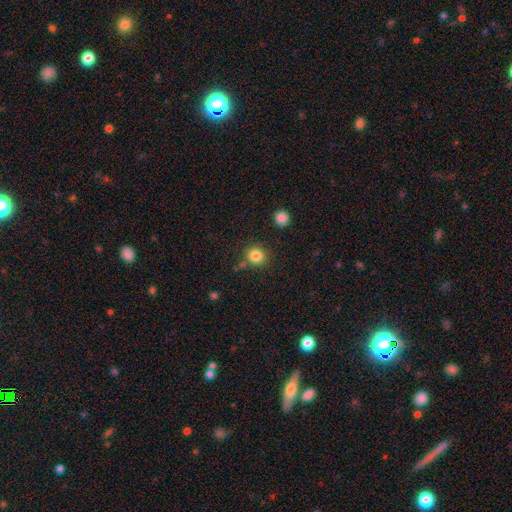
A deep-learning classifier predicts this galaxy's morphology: A smooth galaxy with no disk features (84%) that is round (91%).

Vote fractions:
- Smooth or featured? smooth: 84% / star or artifact: 11% / featured or disk: 5%
- How rounded? round: 91% / in between: 8% / cigar-shaped: 1%
- Merging? none: 83% / minor disturbance: 8% / merger: 6% / major disturbance: 3%